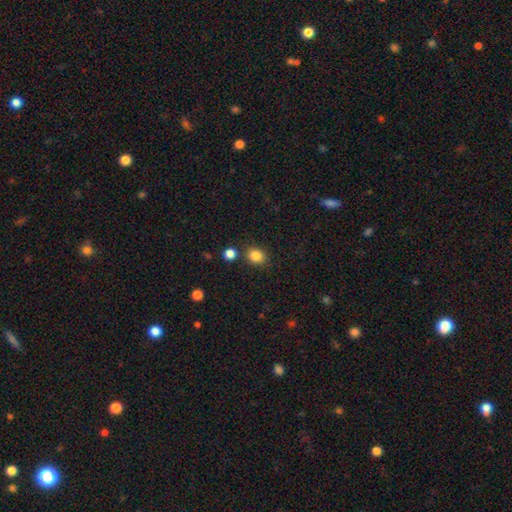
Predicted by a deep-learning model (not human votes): This is clearly a smooth galaxy (85%). How rounded: likely round (66%). Merging: likely none (79%).